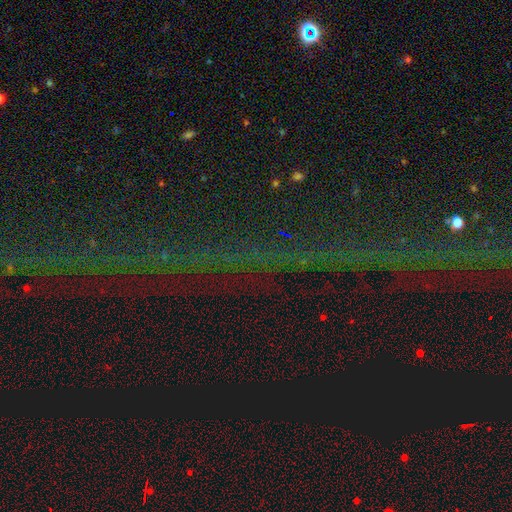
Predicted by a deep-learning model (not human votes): Smooth or featured?
  - star or artifact: 77% *
  - featured or disk: 14%
  - smooth: 10%